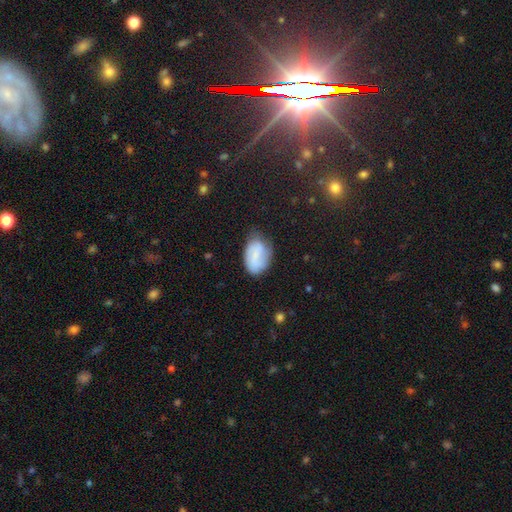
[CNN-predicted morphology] The model was most divided on "merging": none: 55%, minor disturbance: 32%, major disturbance: 10%, merger: 2%. More confident: how rounded — in between (87%); smooth or featured — smooth (60%).